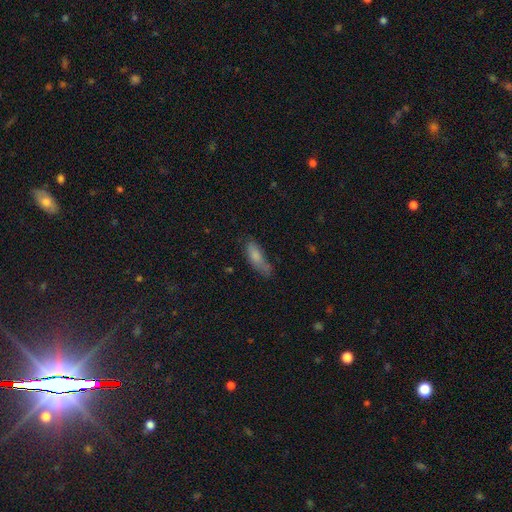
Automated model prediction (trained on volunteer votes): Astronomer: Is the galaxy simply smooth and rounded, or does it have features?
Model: smooth — 78%.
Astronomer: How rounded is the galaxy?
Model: in between — 60% (runner-up: cigar-shaped, 38%).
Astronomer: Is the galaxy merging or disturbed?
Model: none — 55% (runner-up: minor disturbance, 30%).